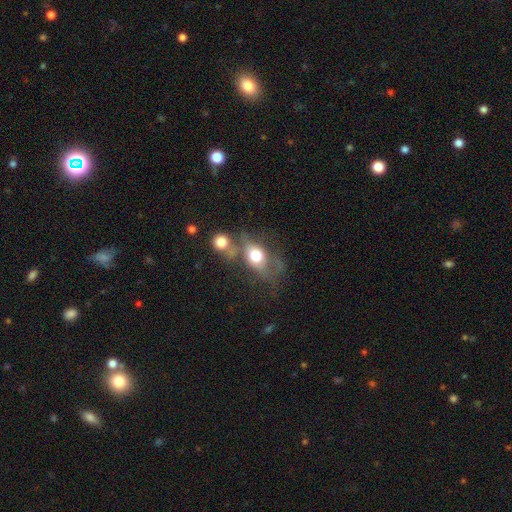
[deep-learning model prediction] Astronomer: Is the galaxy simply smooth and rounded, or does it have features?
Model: smooth — 62%.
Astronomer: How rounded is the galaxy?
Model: in between — 65%.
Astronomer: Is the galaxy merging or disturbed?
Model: merger — 36% (runner-up: none, 27%).